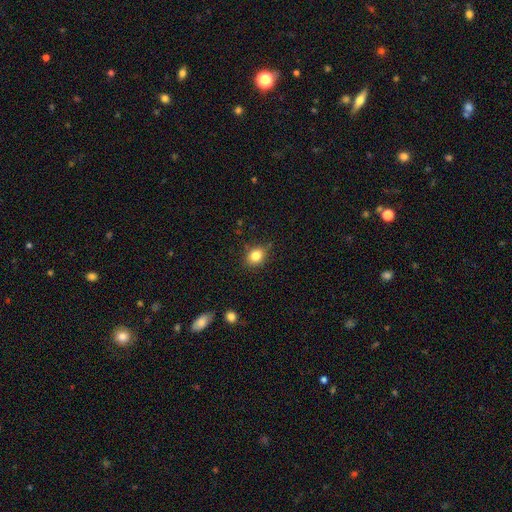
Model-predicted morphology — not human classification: Smooth or featured: smooth — 83% (star or artifact — 10%)
How rounded: round — 54% (in between — 45%)
Merging: none — 85% (minor disturbance — 11%)